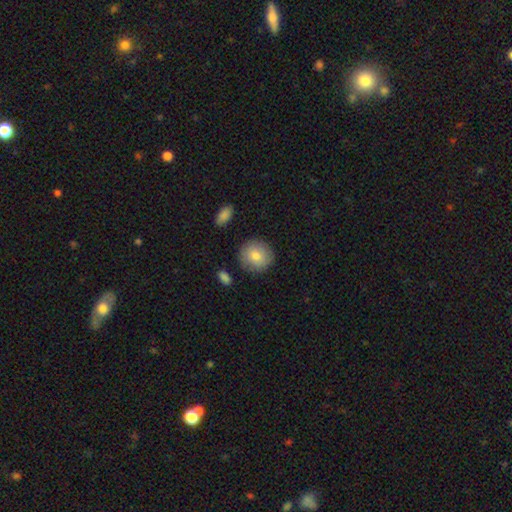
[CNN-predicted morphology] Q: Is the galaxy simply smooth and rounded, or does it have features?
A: smooth — 82%.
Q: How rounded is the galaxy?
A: round — 91%.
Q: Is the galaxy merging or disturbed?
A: none — 87%.